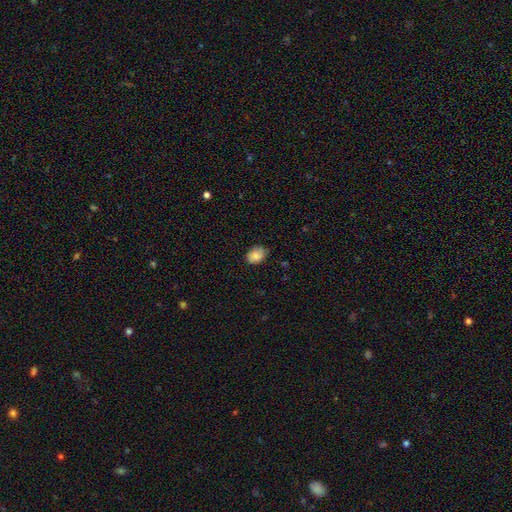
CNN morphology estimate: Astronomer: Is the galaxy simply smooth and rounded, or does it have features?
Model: smooth — 83%.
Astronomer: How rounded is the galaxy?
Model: in between — 73%.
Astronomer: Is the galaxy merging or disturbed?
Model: none — 75%.